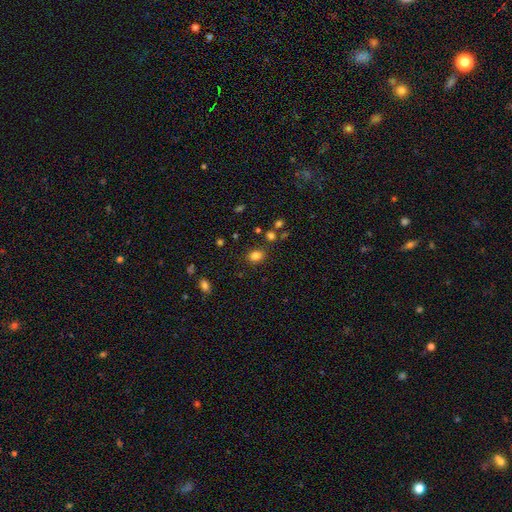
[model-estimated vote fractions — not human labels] smooth_or_featured: smooth (p=0.82) [alt: star or artifact p=0.13]
how_rounded: in between (p=0.50) [alt: round p=0.49]
merging: none (p=0.82) [alt: minor disturbance p=0.10]